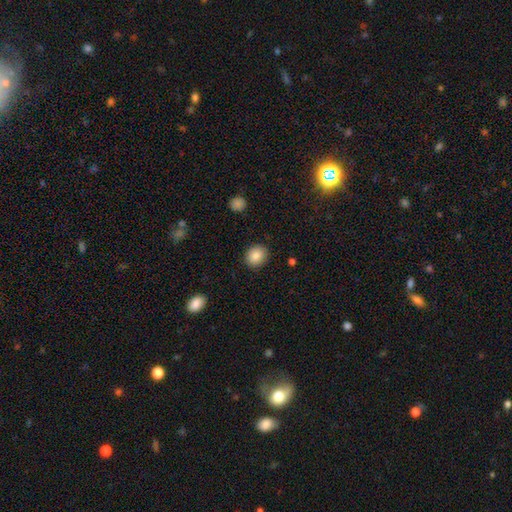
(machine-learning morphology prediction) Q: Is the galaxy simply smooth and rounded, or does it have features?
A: smooth — 85%.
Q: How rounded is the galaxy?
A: round — 73%.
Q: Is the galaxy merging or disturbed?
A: none — 90%.